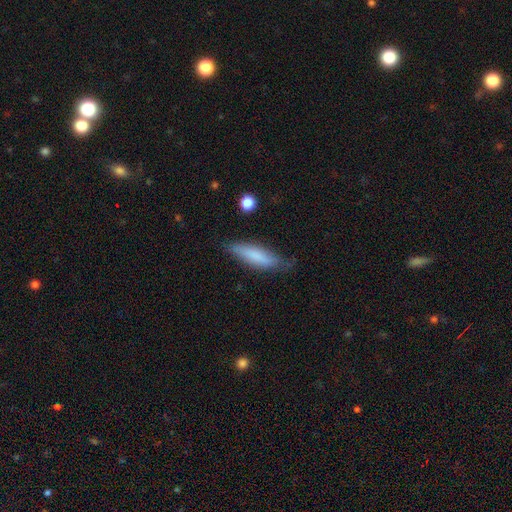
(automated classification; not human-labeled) Q: Smooth or featured?
A: smooth (75%); runner-up: featured or disk (19%)
Q: How rounded?
A: cigar-shaped (69%); runner-up: in between (29%)
Q: Merging?
A: none (69%); runner-up: minor disturbance (24%)